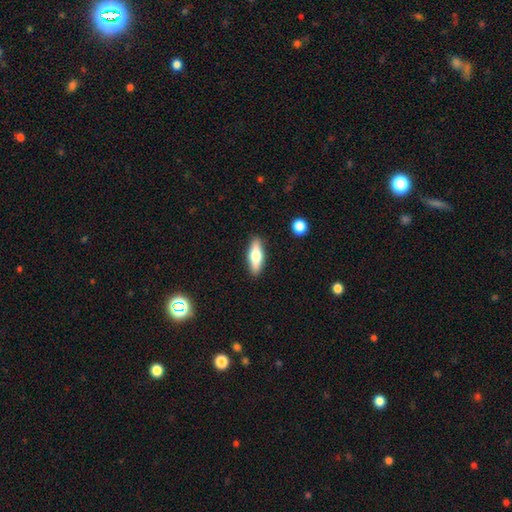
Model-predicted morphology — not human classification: Overall: smooth (61%; featured or disk 33%). How rounded: in between (54%; cigar-shaped 44%). Merging: none (88%).